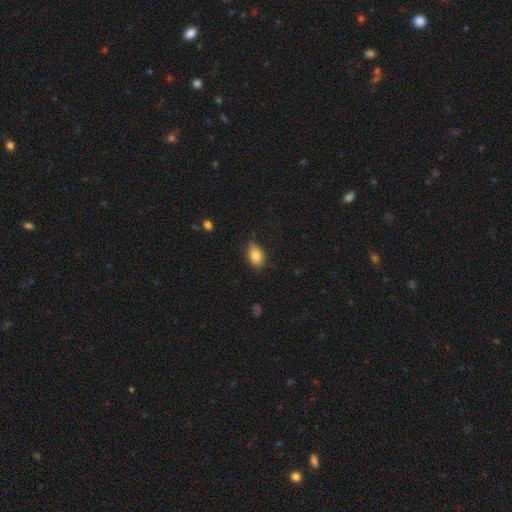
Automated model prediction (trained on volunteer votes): A smooth galaxy with no disk features (80%) that is in between round and cigar-shaped (83%).

Vote fractions:
- Smooth or featured? smooth: 80% / featured or disk: 11% / star or artifact: 8%
- How rounded? in between: 83% / round: 14% / cigar-shaped: 3%
- Merging? none: 68% / minor disturbance: 26% / major disturbance: 4% / merger: 1%